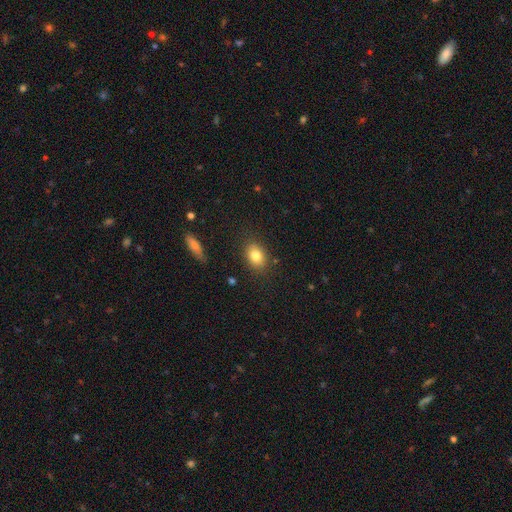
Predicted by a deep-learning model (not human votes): Smooth or featured?
  - smooth: 81% *
  - featured or disk: 10%
  - star or artifact: 9%
How rounded?
  - in between: 69% *
  - round: 29%
  - cigar-shaped: 2%
Merging?
  - none: 84% *
  - minor disturbance: 11%
  - major disturbance: 3%
  - merger: 2%